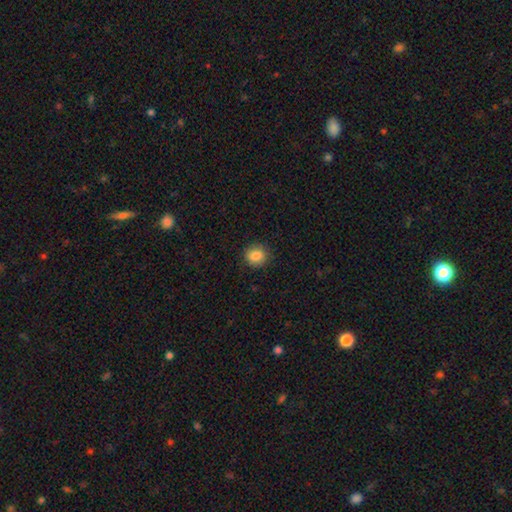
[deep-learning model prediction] Smooth or featured? smooth (86%)
How rounded? round (77%)
Merging? none (88%)